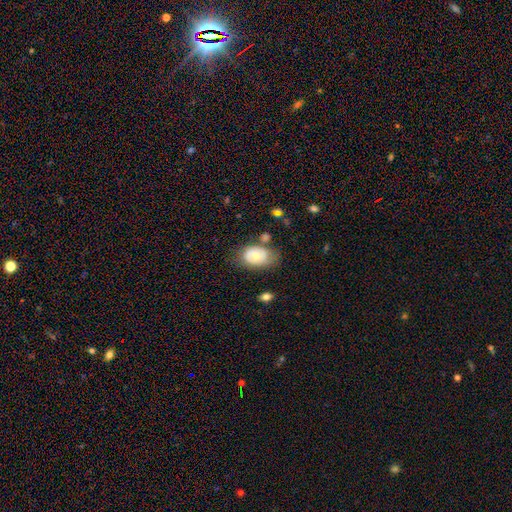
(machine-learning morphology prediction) A smooth galaxy with no disk features (58%) that is in between round and cigar-shaped (82%).

Vote fractions:
- Smooth or featured? smooth: 58% / featured or disk: 35% / star or artifact: 7%
- How rounded? in between: 82% / round: 17% / cigar-shaped: 1%
- Merging? none: 54% / minor disturbance: 28% / major disturbance: 11% / merger: 8%